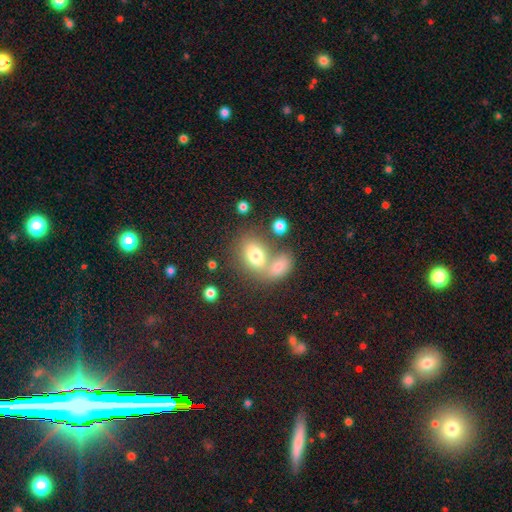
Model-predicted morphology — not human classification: smooth-or-featured: smooth: 75% | featured or disk: 14% | star or artifact: 11%
  how-rounded: in between: 70% | round: 28% | cigar-shaped: 2%
  merging: merger: 42% | none: 41% | minor disturbance: 11% | major disturbance: 6%